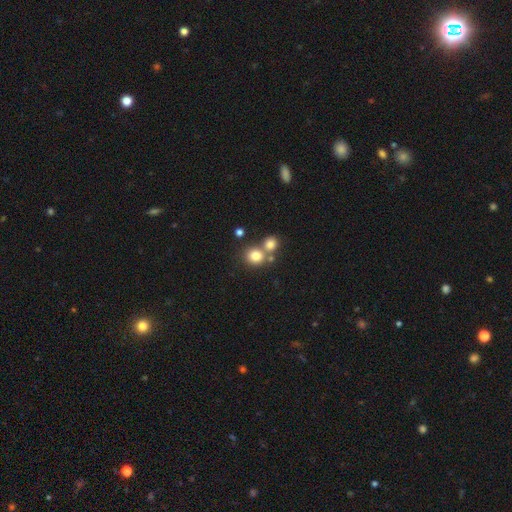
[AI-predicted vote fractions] smooth-or-featured: smooth: 79% | star or artifact: 12% | featured or disk: 9%
  how-rounded: round: 83% | in between: 16% | cigar-shaped: 1%
  merging: none: 53% | merger: 37% | minor disturbance: 7% | major disturbance: 3%